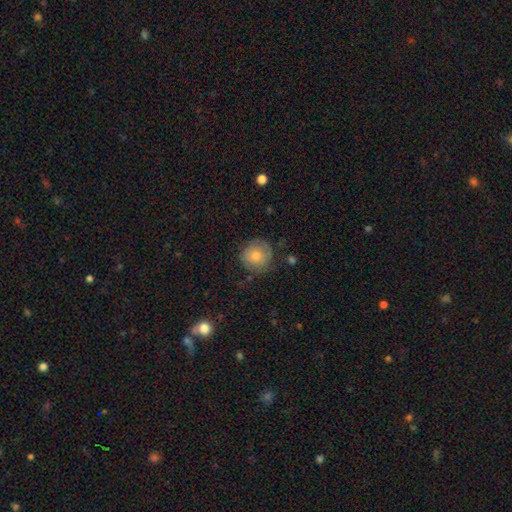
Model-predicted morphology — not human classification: type=smooth (63%); roundness=round (92%); merging=none (77%).